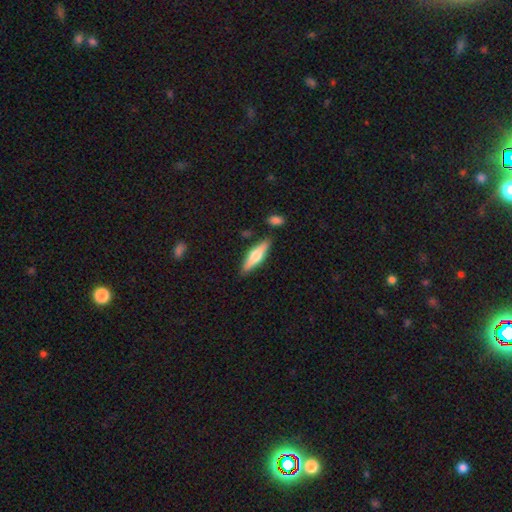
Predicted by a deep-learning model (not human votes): smooth 48%, featured or disk 47%, star or artifact 6%. Down the decision tree: merging — none (84%).